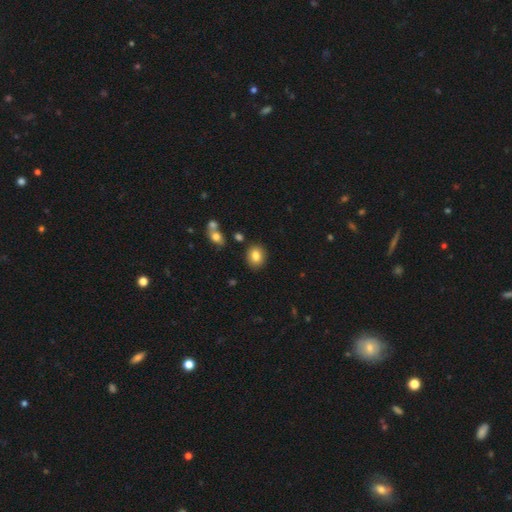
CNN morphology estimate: Smooth or featured? smooth (83%)
How rounded? round (59%)
Merging? none (87%)